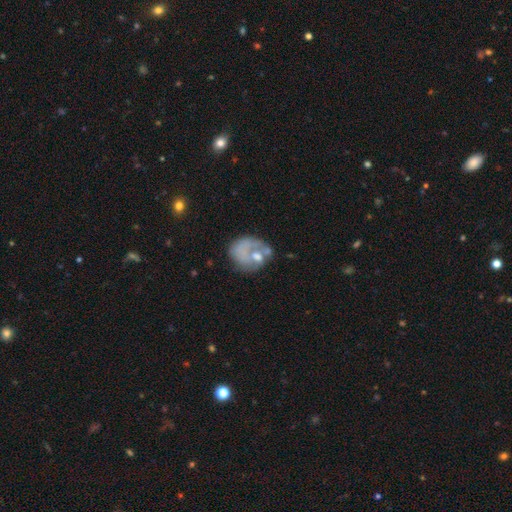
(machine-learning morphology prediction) type=featured or disk (52%); edge-on=no (97%); bar=no (81%); spiral arms=no (57%); bulge=moderate (37%); merging=none (41%).